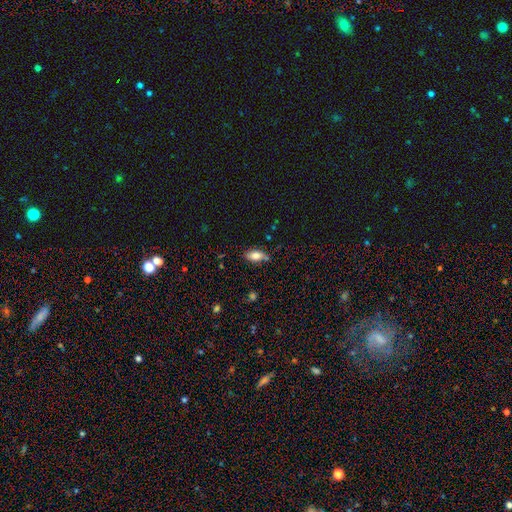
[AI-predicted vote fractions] A smooth galaxy with no disk features (77%) that is in between round and cigar-shaped (86%).

Vote fractions:
- Smooth or featured? smooth: 77% / featured or disk: 15% / star or artifact: 8%
- How rounded? in between: 86% / cigar-shaped: 10% / round: 4%
- Merging? none: 73% / minor disturbance: 21% / major disturbance: 4% / merger: 3%